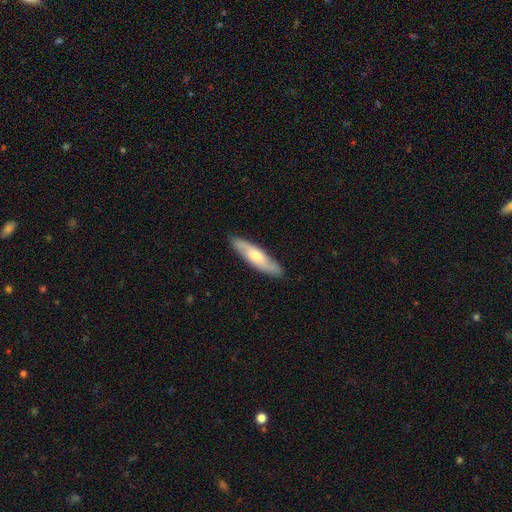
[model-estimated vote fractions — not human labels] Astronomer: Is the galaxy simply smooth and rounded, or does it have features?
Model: smooth — 54% (runner-up: featured or disk, 40%).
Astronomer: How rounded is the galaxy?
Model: cigar-shaped — 73%.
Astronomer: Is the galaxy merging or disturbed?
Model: none — 88%.